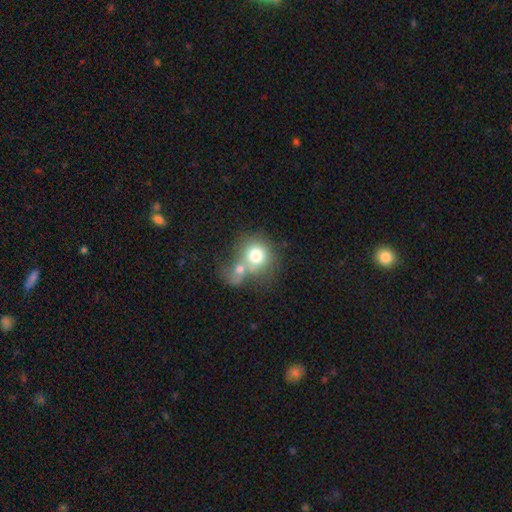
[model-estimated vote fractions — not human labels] Smooth or featured?
  - smooth: 73% *
  - featured or disk: 17%
  - star or artifact: 9%
How rounded?
  - round: 79% *
  - in between: 20%
  - cigar-shaped: 1%
Merging?
  - merger: 55% *
  - none: 28%
  - minor disturbance: 9%
  - major disturbance: 8%